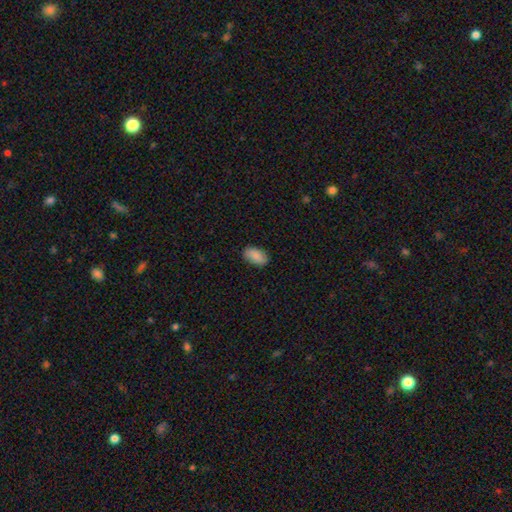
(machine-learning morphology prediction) Smooth or featured?
  - smooth: 88% *
  - star or artifact: 6%
  - featured or disk: 5%
How rounded?
  - in between: 95% *
  - round: 3%
  - cigar-shaped: 2%
Merging?
  - none: 87% *
  - minor disturbance: 10%
  - major disturbance: 2%
  - merger: 1%